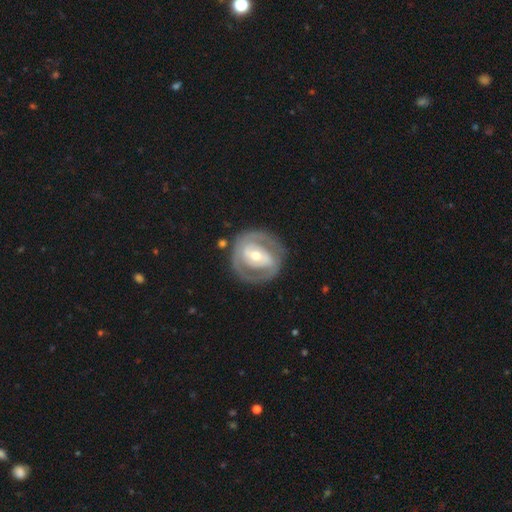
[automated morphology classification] Overall: featured or disk (74%). Edge-on disk: no (96%). Bar: strong (34%; weak 33%). Spiral arms: yes (59%; no 41%). Bulge size: moderate (59%; small 33%). Merging: none (76%).